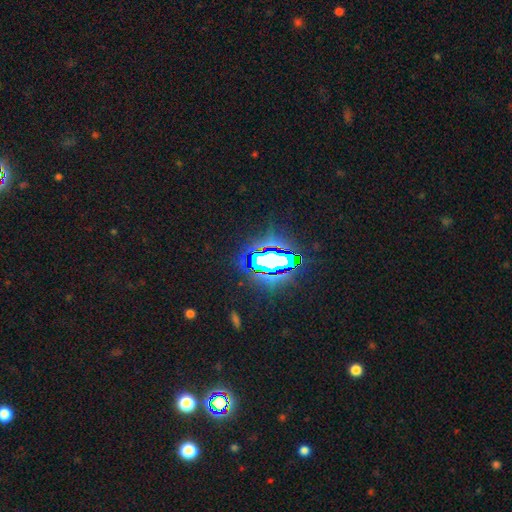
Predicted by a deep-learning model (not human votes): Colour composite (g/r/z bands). It shows a star or artifact, not a galaxy (72%).